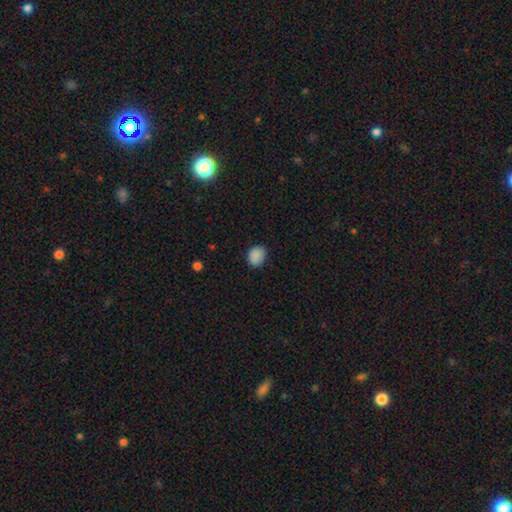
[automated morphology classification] A smooth galaxy with no disk features (88%) that is round (52%).

Vote fractions:
- Smooth or featured? smooth: 88% / star or artifact: 9% / featured or disk: 3%
- How rounded? round: 52% / in between: 48% / cigar-shaped: 1%
- Merging? none: 81% / minor disturbance: 15% / major disturbance: 3% / merger: 1%